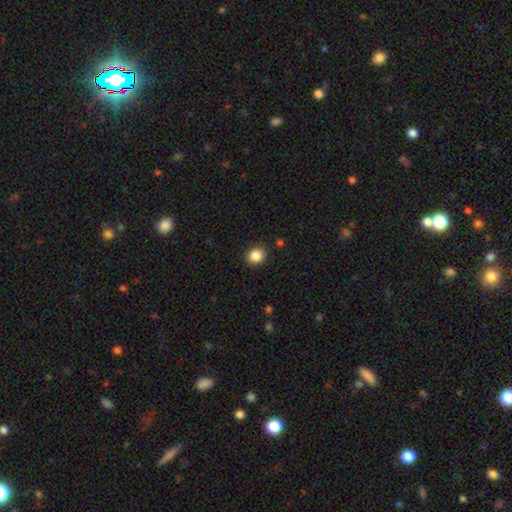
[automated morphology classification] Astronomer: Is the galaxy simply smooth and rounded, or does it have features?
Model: smooth — 87%.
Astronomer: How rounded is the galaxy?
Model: round — 68%.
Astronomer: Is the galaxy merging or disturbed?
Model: none — 89%.